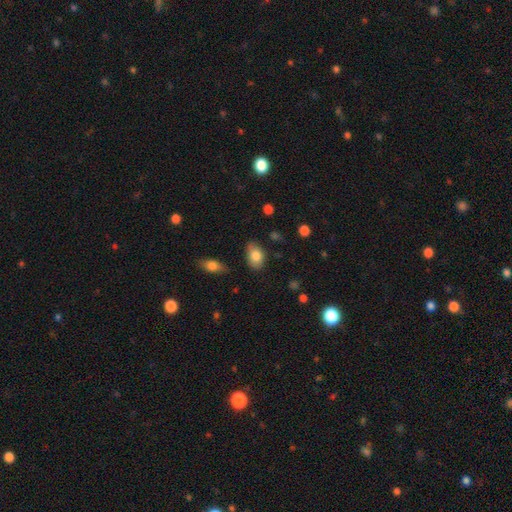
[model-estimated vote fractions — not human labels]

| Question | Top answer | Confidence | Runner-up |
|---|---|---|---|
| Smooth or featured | smooth | 82% | featured or disk (11%) |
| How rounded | in between | 86% | round (13%) |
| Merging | none | 73% | minor disturbance (21%) |